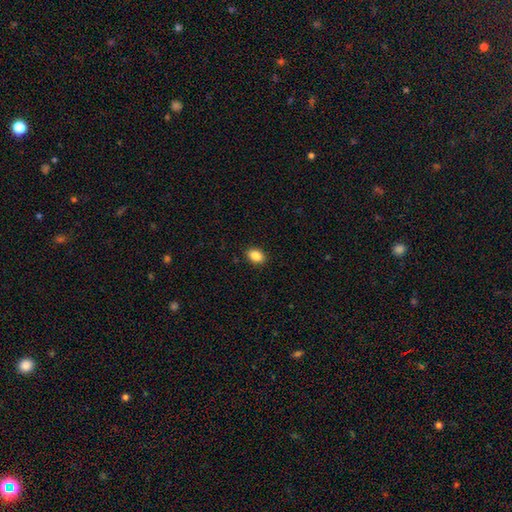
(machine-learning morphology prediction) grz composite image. It shows a smooth galaxy with no disk features (87%) that is in between round and cigar-shaped (76%). Merging: none (90%).